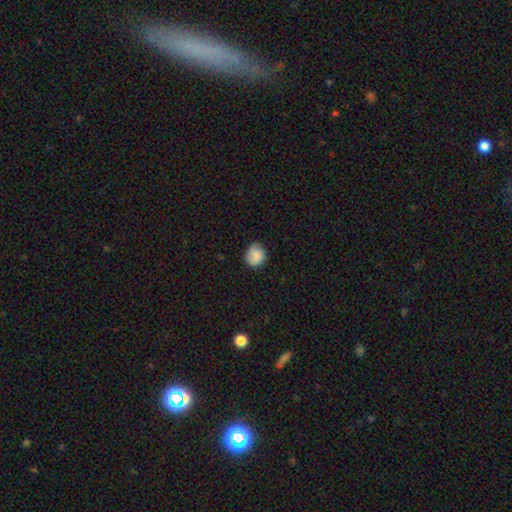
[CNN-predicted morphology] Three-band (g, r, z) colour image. It shows a smooth galaxy with no disk features (85%) that is round (73%). Merging: none (73%).